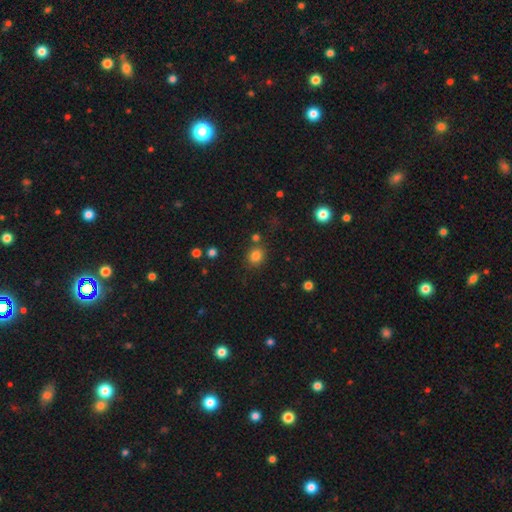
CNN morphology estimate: Smooth or featured?
  - smooth: 82% *
  - star or artifact: 13%
  - featured or disk: 5%
How rounded?
  - round: 78% *
  - in between: 21%
  - cigar-shaped: 1%
Merging?
  - none: 77% *
  - minor disturbance: 10%
  - merger: 8%
  - major disturbance: 4%